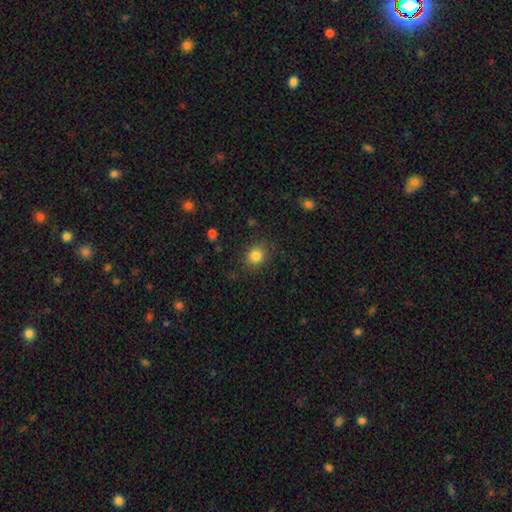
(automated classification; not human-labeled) Smooth or featured?
  - smooth: 83% *
  - star or artifact: 11%
  - featured or disk: 6%
How rounded?
  - round: 70% *
  - in between: 29%
  - cigar-shaped: 1%
Merging?
  - none: 82% *
  - minor disturbance: 12%
  - major disturbance: 4%
  - merger: 1%